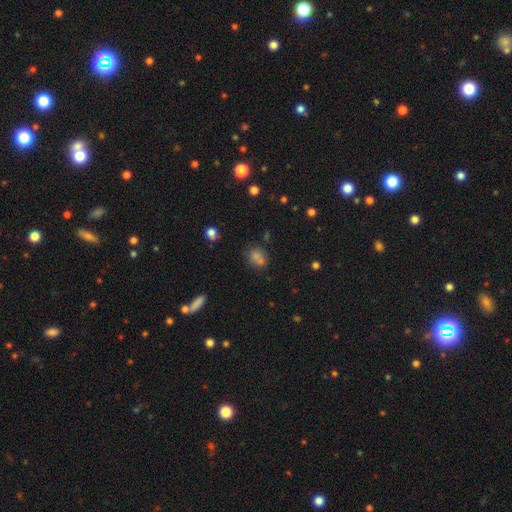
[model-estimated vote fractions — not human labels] smooth_or_featured: smooth (p=0.68) [alt: star or artifact p=0.21]
how_rounded: round (p=0.57) [alt: in between p=0.41]
merging: none (p=0.59) [alt: merger p=0.21]